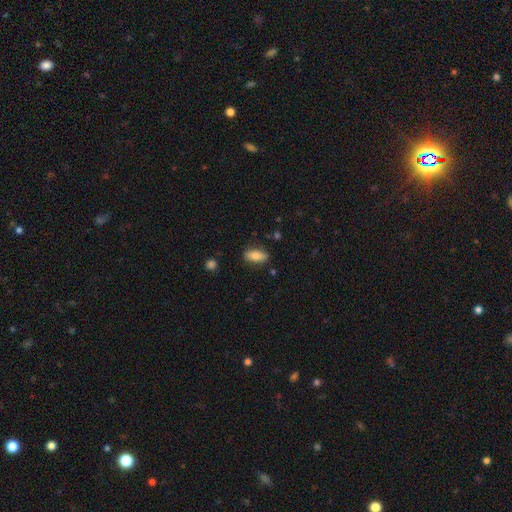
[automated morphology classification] This is likely a smooth galaxy (78%). How rounded: likely in between (79%). Merging: clearly none (83%).